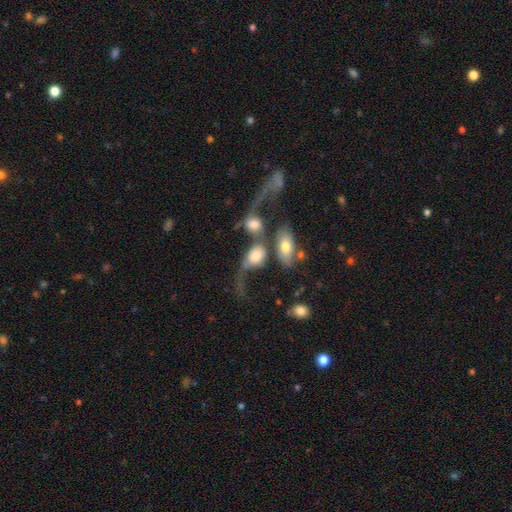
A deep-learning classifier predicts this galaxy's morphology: Q: Smooth or featured?
A: smooth (52%); runner-up: featured or disk (40%)
Q: How rounded?
A: in between (66%); runner-up: round (31%)
Q: Merging?
A: merger (58%); runner-up: major disturbance (22%)